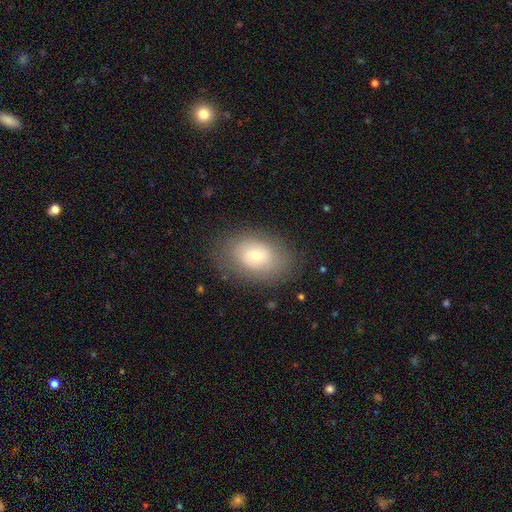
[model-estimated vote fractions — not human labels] Smooth or featured? Predicted: smooth (p=0.59). How rounded? Predicted: in between (p=0.81). Merging? Predicted: none (p=0.81).